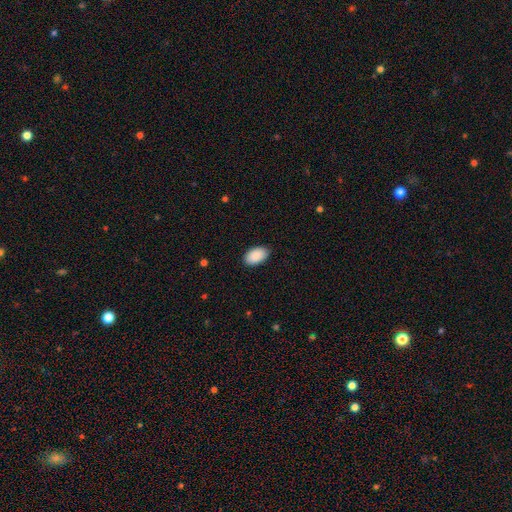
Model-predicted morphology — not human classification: The model was most divided on "merging": none: 88%, minor disturbance: 9%, major disturbance: 2%, merger: 1%. More confident: how rounded — in between (95%); smooth or featured — smooth (91%).